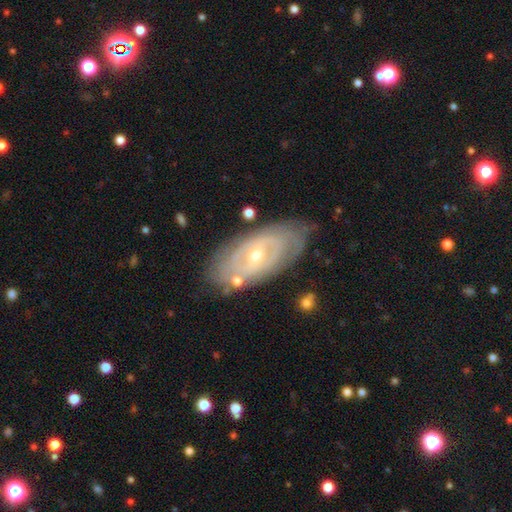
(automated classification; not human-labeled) Smooth or featured?
  - featured or disk: 83% *
  - smooth: 12%
  - star or artifact: 5%
Edge-on disk?
  - no: 92% *
  - yes: 8%
Bar?
  - no: 44% *
  - weak: 40%
  - strong: 16%
Spiral arms?
  - yes: 83% *
  - no: 17%
Spiral winding?
  - tight: 71% *
  - medium: 22%
  - loose: 6%
Spiral arm count?
  - can't tell: 42% *
  - 2: 38%
  - 3: 9%
  - 4: 4%
  - 1: 4%
  - more than 4: 3%
Bulge size?
  - moderate: 48% * (tied)
  - small: 48% * (tied)
  - large: 2%
  - none: 1%
  - dominant: 1%
Merging?
  - none: 75% *
  - minor disturbance: 18%
  - major disturbance: 5%
  - merger: 3%